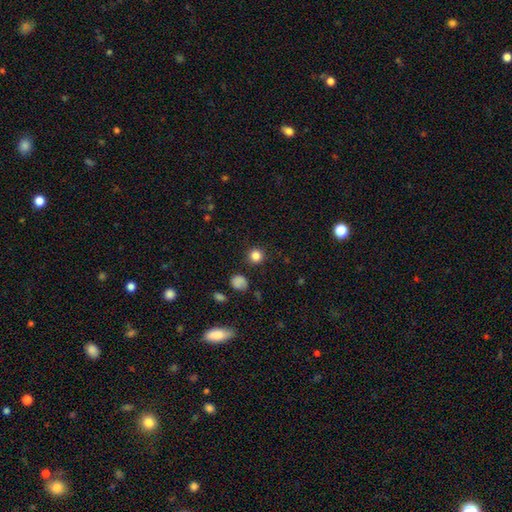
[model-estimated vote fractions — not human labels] The model was most divided on "smooth or featured": smooth: 84%, star or artifact: 12%, featured or disk: 4%. More confident: how rounded — round (94%); merging — none (90%).